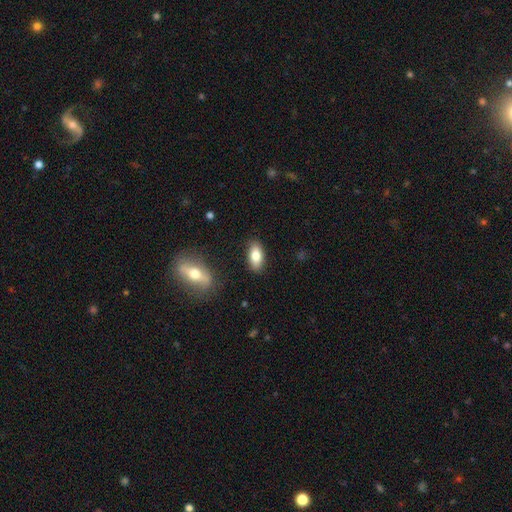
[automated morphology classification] A smooth galaxy with no disk features (81%) that is in between round and cigar-shaped (88%). Merging: none (86%).